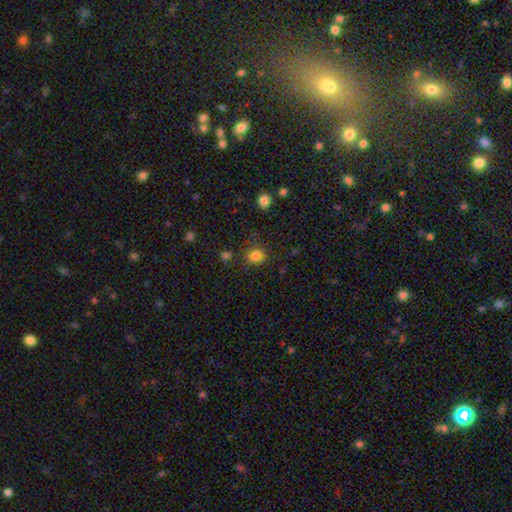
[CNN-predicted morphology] Smooth or featured? smooth (82%)
How rounded? round (79%)
Merging? none (83%)